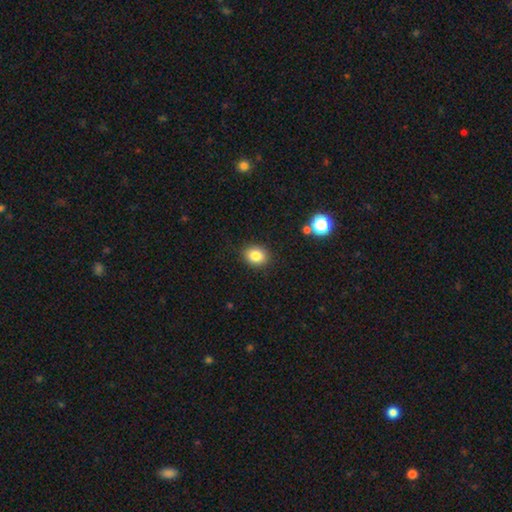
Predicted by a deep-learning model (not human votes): The model was most divided on "how rounded": round: 53%, in between: 46%, cigar-shaped: 1%. More confident: merging — none (88%); smooth or featured — smooth (84%).